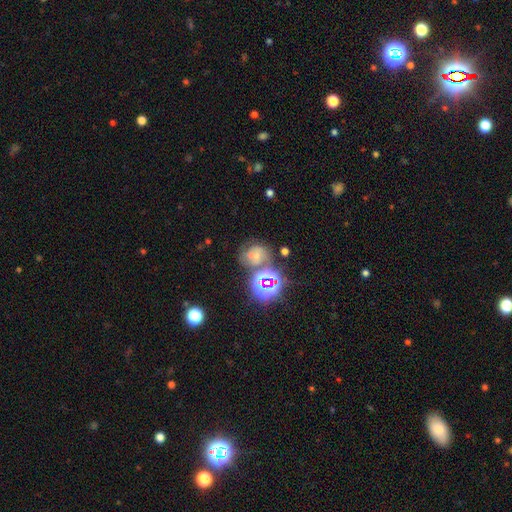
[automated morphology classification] smooth_or_featured: star or artifact (p=0.35) [alt: smooth p=0.34]